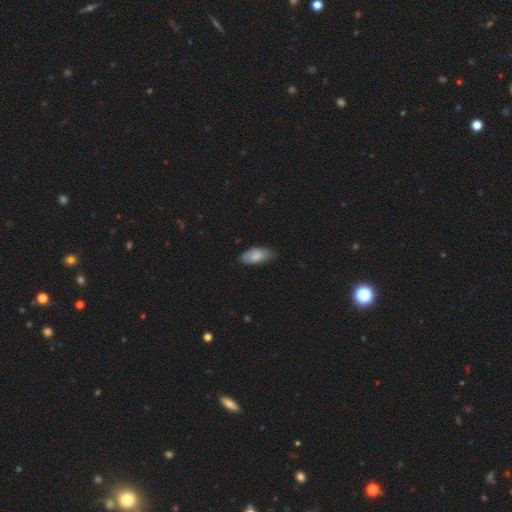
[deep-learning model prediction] Morphology: type=smooth (81%); roundness=in between (90%); merging=none (66%).